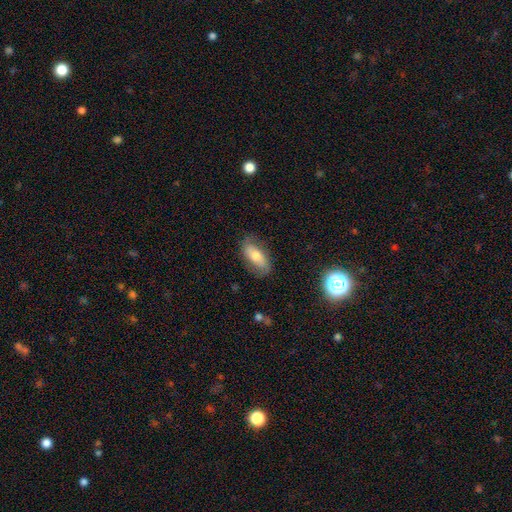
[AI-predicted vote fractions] Overall: smooth (54%; featured or disk 37%). How rounded: in between (81%). Merging: none (76%).